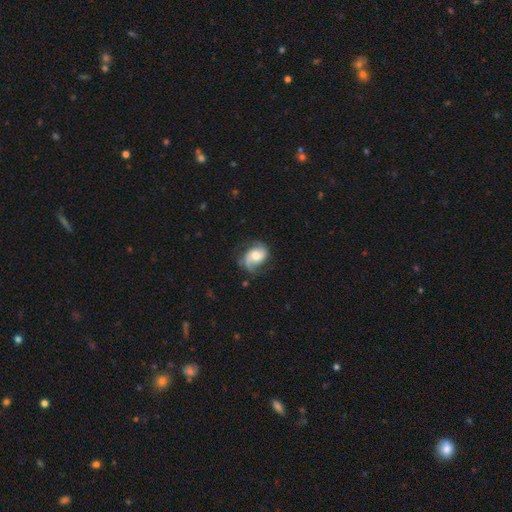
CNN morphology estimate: smooth_or_featured: featured or disk (p=0.71) [alt: smooth p=0.22]
disk_edge_on: no (p=0.97) [alt: yes p=0.03]
bar: no (p=0.58) [alt: weak p=0.33]
has_spiral_arms: yes (p=0.93) [alt: no p=0.07]
spiral_winding: medium (p=0.42) [alt: loose p=0.36]
spiral_arm_count: 2 (p=0.77) [alt: 1 p=0.13]
bulge_size: moderate (p=0.61) [alt: small p=0.18]
merging: none (p=0.60) [alt: minor disturbance p=0.24]